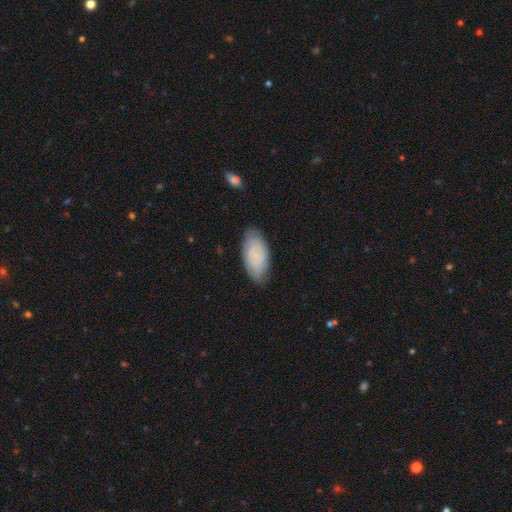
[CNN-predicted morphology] Smooth or featured: smooth — 65% (featured or disk — 27%)
How rounded: in between — 93% (cigar-shaped — 4%)
Merging: none — 75% (minor disturbance — 20%)